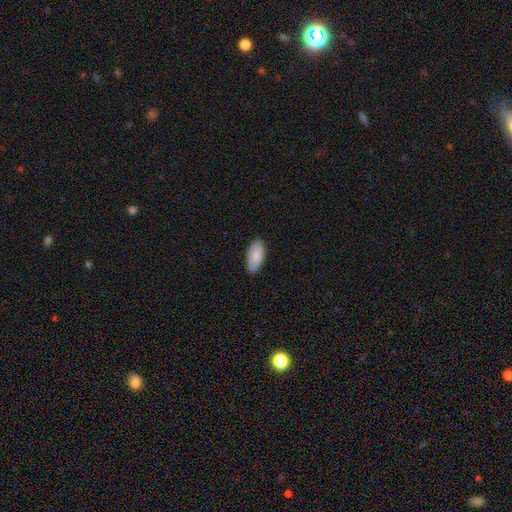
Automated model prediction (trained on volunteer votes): Smooth or featured? Predicted: smooth (p=0.89). How rounded? Predicted: in between (p=0.92). Merging? Predicted: none (p=0.85).